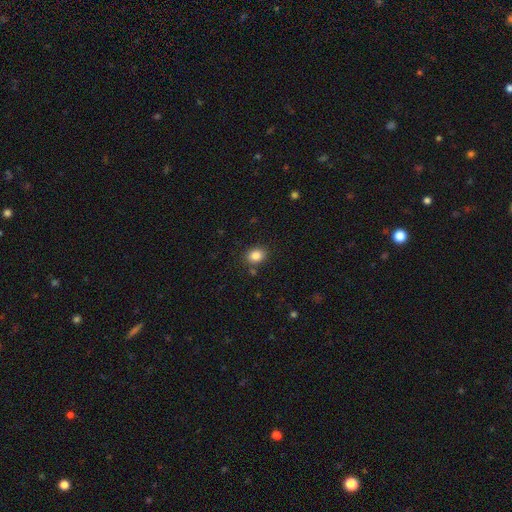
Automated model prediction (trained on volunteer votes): Smooth or featured? smooth (85%)
How rounded? in between (53%)
Merging? none (83%)